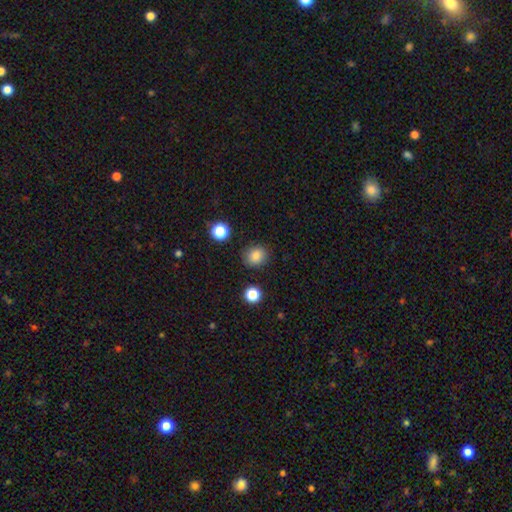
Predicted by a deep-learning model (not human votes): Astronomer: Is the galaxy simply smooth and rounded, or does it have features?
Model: smooth — 84%.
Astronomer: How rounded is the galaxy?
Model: round — 73%.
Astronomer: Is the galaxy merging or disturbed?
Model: none — 87%.